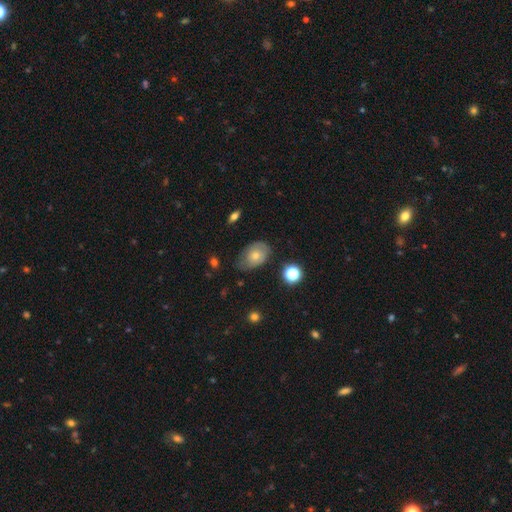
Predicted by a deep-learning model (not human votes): This appears to be a smooth galaxy with no disk features (54%) that is in between round and cigar-shaped (78%). Merging: none (56%).